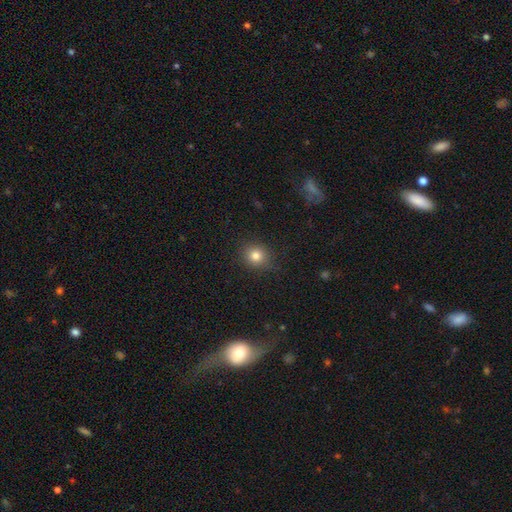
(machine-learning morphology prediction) The model was most divided on "smooth or featured": smooth: 81%, star or artifact: 12%, featured or disk: 7%. More confident: merging — none (87%); how rounded — round (84%).